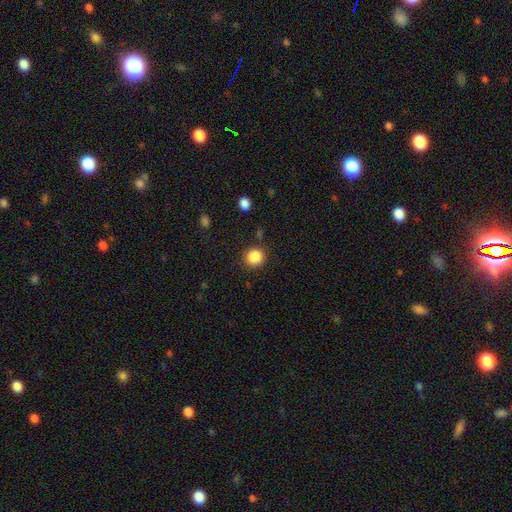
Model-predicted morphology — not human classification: This is clearly a smooth galaxy (87%). How rounded: clearly round (89%). Merging: clearly none (84%).